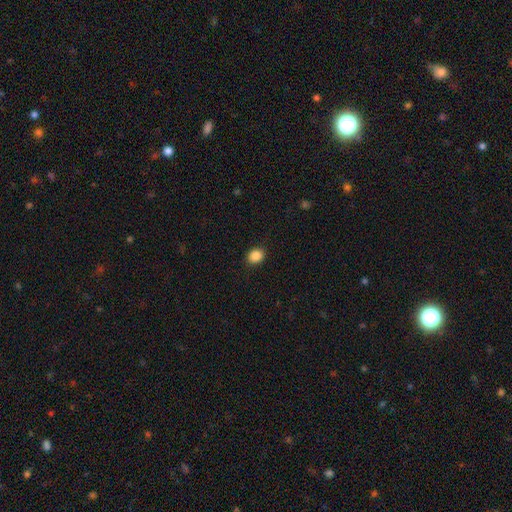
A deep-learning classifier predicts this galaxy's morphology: smooth 87%, star or artifact 10%, featured or disk 4%. Down the decision tree: how rounded — round (58%); merging — none (90%).